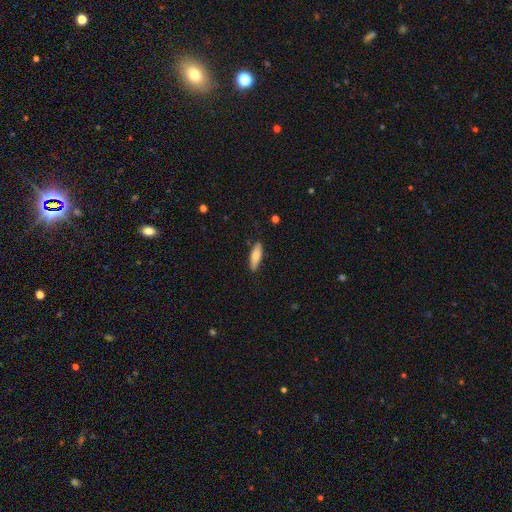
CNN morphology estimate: A smooth galaxy with no disk features (79%) that is in between round and cigar-shaped (51%).

Vote fractions:
- Smooth or featured? smooth: 79% / featured or disk: 16% / star or artifact: 6%
- How rounded? in between: 51% / cigar-shaped: 47% / round: 2%
- Merging? none: 85% / minor disturbance: 11% / major disturbance: 2% / merger: 1%